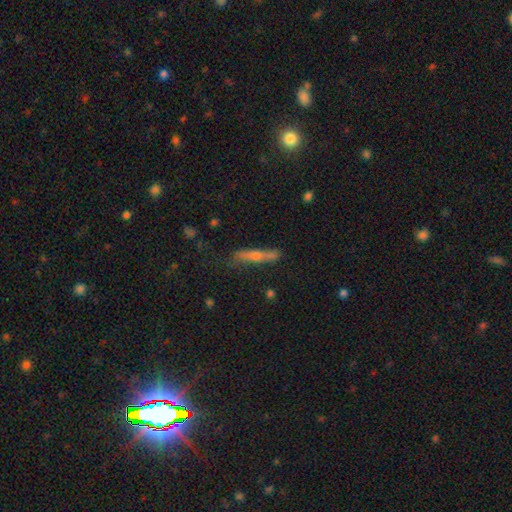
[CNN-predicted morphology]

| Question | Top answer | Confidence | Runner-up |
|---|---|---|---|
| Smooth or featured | featured or disk | 48% | smooth (43%) |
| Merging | none | 73% | minor disturbance (19%) |